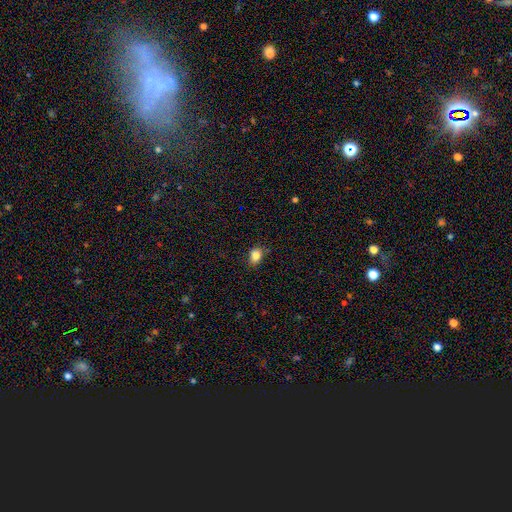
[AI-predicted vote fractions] The model was most divided on "how rounded": in between: 64%, round: 35%, cigar-shaped: 1%. More confident: smooth or featured — smooth (85%); merging — none (80%).